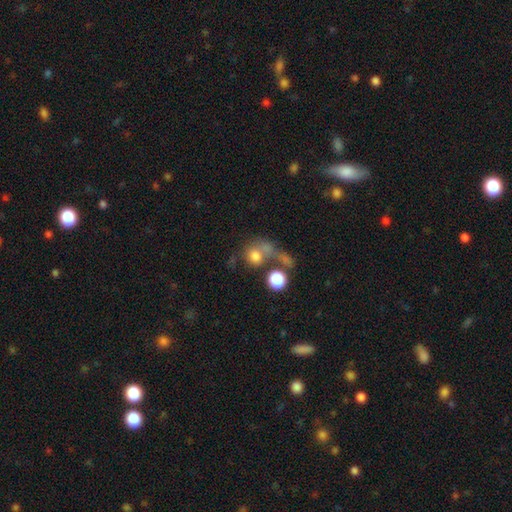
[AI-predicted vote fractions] This appears to be a smooth galaxy with no disk features (71%) that is round (77%). Merging: merger (37%).